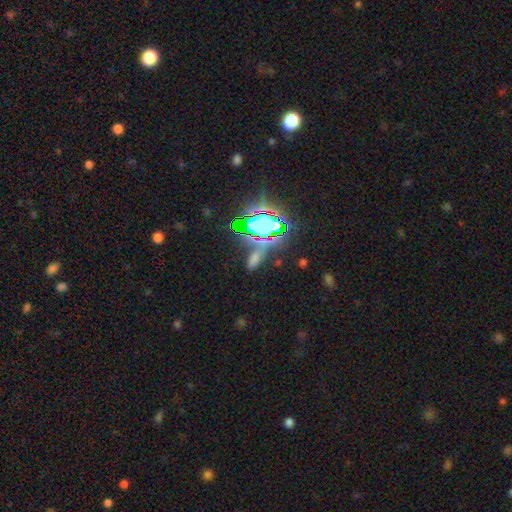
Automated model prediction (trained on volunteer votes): smooth_or_featured: star or artifact (p=0.66) [alt: smooth p=0.22]